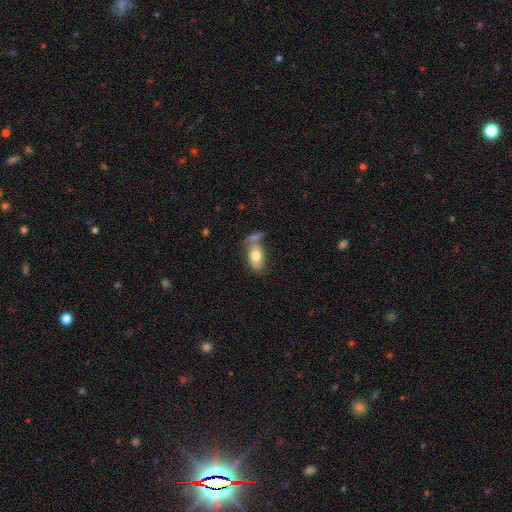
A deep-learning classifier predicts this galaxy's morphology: This appears to be a smooth galaxy with no disk features (75%) that is in between round and cigar-shaped (89%). Merging: none (45%).